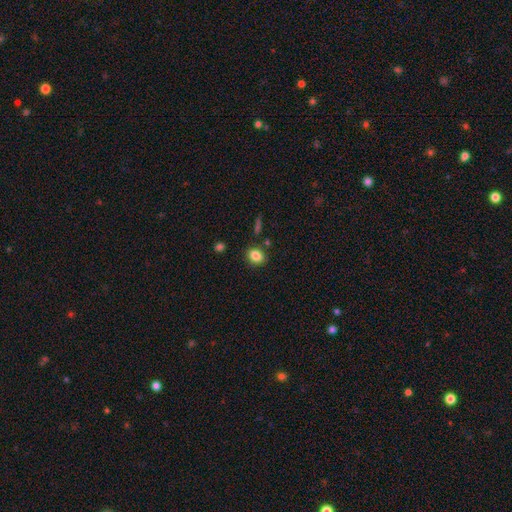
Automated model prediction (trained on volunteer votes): smooth-or-featured: smooth: 84% | star or artifact: 10% | featured or disk: 6%
  how-rounded: round: 57% | in between: 42% | cigar-shaped: 1%
  merging: none: 84% | minor disturbance: 9% | merger: 4% | major disturbance: 3%